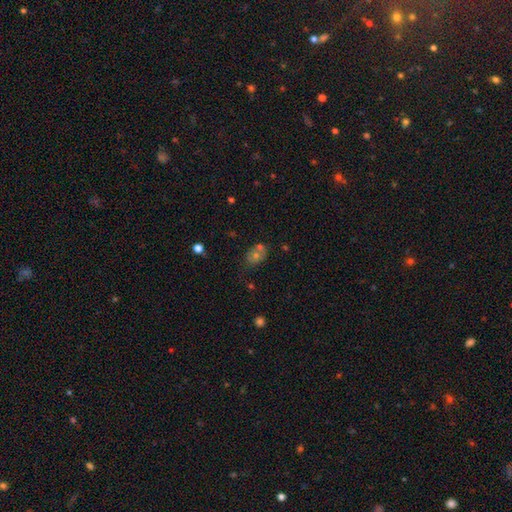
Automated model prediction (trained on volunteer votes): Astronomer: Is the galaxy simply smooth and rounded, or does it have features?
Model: smooth — 50% (runner-up: star or artifact, 25%).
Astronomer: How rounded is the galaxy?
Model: in between — 56% (runner-up: round, 42%).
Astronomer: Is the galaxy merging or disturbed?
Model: none — 55%.